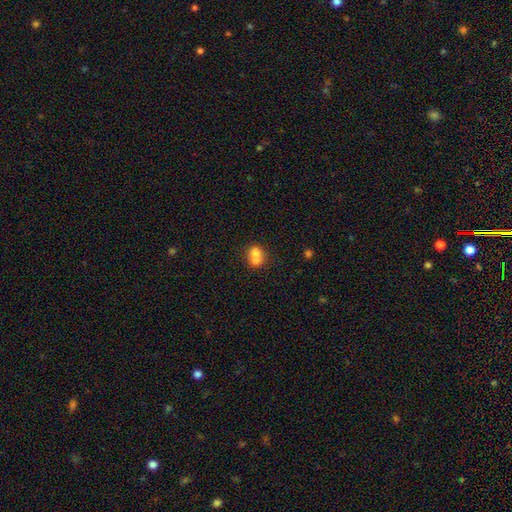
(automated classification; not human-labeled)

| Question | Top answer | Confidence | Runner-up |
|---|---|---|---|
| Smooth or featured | smooth | 69% | featured or disk (20%) |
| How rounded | round | 58% | in between (41%) |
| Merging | merger | 60% | none (28%) |